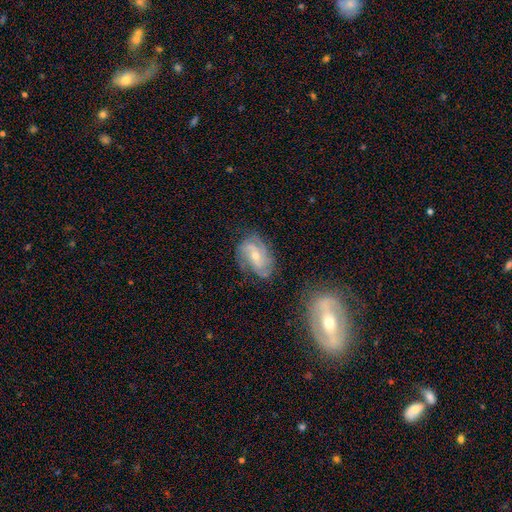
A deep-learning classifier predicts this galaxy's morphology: featured or disk 79%, smooth 14%, star or artifact 7%. Down the decision tree: edge-on disk — no (97%); bar — no (53%); spiral arms — yes (94%); spiral arm count — 3 (34%); spiral winding — medium (43%); bulge size — small (57%); merging — none (68%).